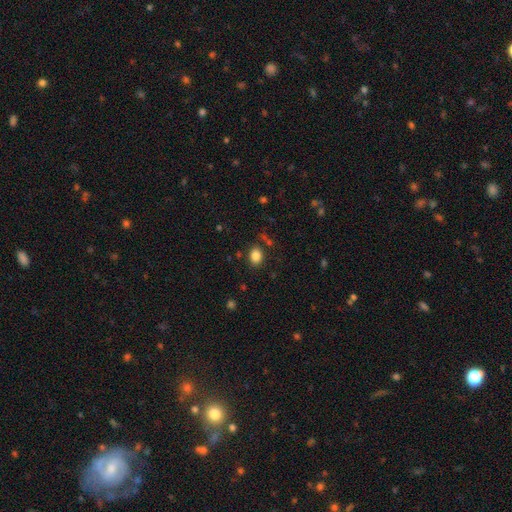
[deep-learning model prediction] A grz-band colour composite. It shows a smooth galaxy with no disk features (84%) that is in between round and cigar-shaped (65%). Merging: none (81%).